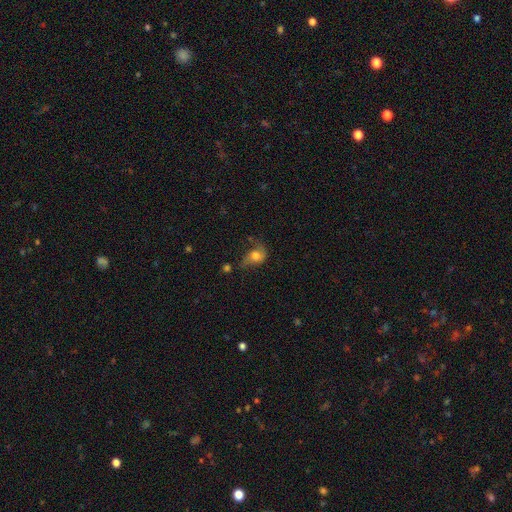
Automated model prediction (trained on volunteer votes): This is possibly a smooth galaxy (53%). How rounded: likely in between (62%). Merging: marginally none (34%).